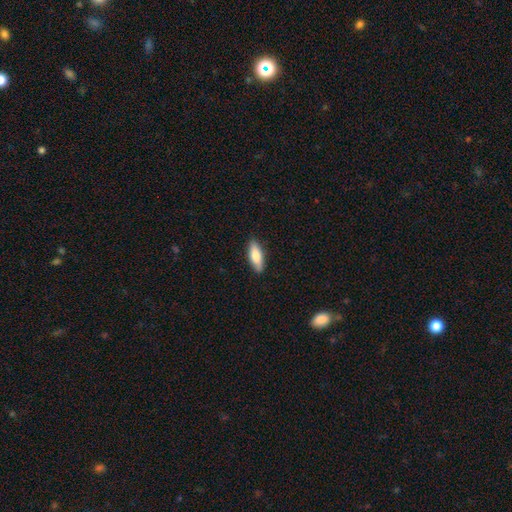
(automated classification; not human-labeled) This appears to be a smooth galaxy with no disk features (77%) that is in between round and cigar-shaped (63%). Merging: none (88%).